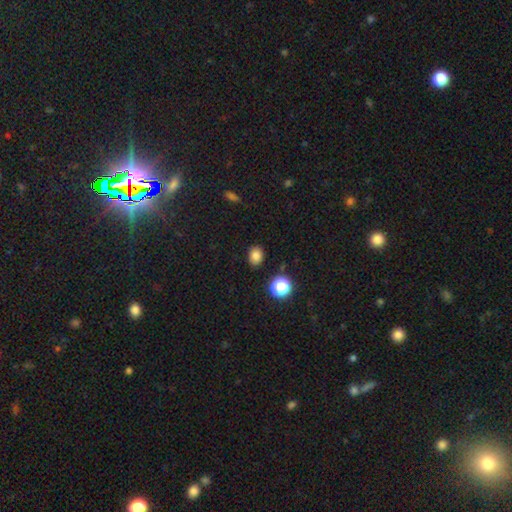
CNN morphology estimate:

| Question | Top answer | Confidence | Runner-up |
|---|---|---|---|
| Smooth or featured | smooth | 81% | star or artifact (14%) |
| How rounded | in between | 53% | round (46%) |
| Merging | none | 87% | minor disturbance (9%) |